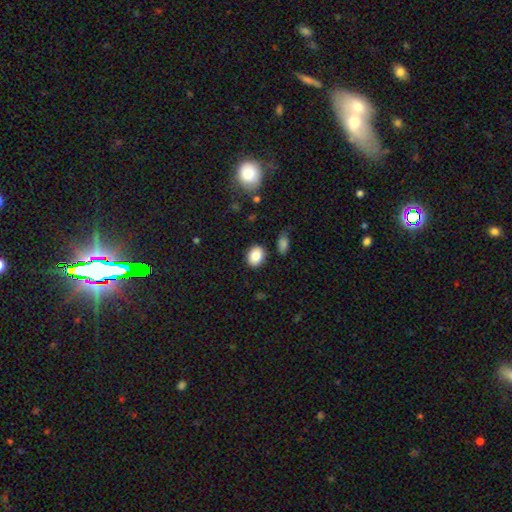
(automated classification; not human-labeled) Smooth or featured?
  - smooth: 85% *
  - star or artifact: 9%
  - featured or disk: 7%
How rounded?
  - in between: 55% *
  - round: 44%
  - cigar-shaped: 1%
Merging?
  - none: 86% *
  - minor disturbance: 9%
  - major disturbance: 2%
  - merger: 2%